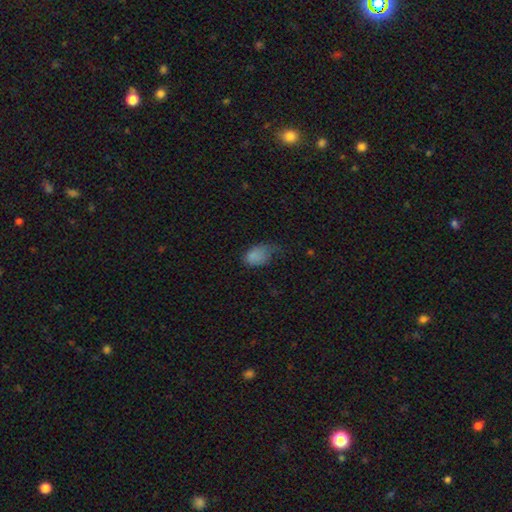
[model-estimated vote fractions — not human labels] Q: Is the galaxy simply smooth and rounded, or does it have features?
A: smooth — 78%.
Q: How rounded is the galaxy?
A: in between — 86%.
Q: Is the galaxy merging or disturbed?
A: major disturbance — 38%.